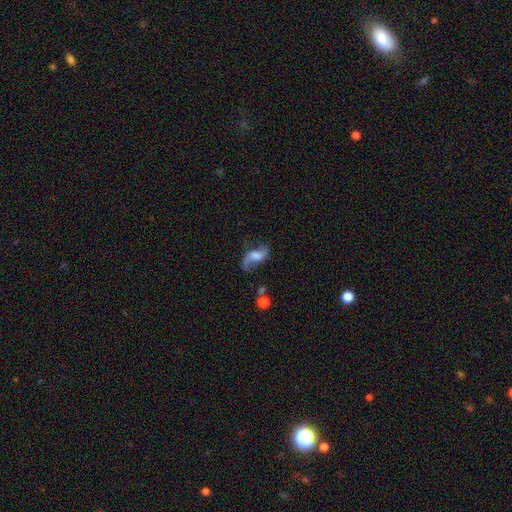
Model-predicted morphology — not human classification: smooth_or_featured: featured or disk (p=0.73) [alt: smooth p=0.19]
disk_edge_on: no (p=0.95) [alt: yes p=0.05]
bar: no (p=0.47) [alt: weak p=0.40]
has_spiral_arms: yes (p=0.93) [alt: no p=0.07]
spiral_winding: loose (p=0.83) [alt: medium p=0.13]
spiral_arm_count: 2 (p=0.86) [alt: 1 p=0.09]
bulge_size: moderate (p=0.35) [alt: small p=0.26]
merging: none (p=0.61) [alt: minor disturbance p=0.21]